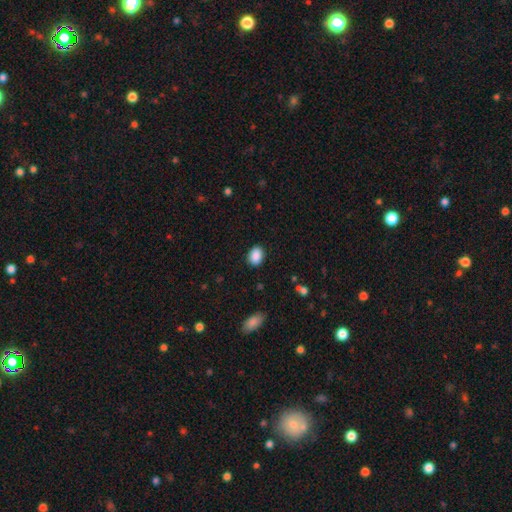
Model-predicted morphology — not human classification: Q: Smooth or featured?
A: smooth (89%); runner-up: star or artifact (8%)
Q: How rounded?
A: in between (72%); runner-up: round (27%)
Q: Merging?
A: none (88%); runner-up: minor disturbance (9%)